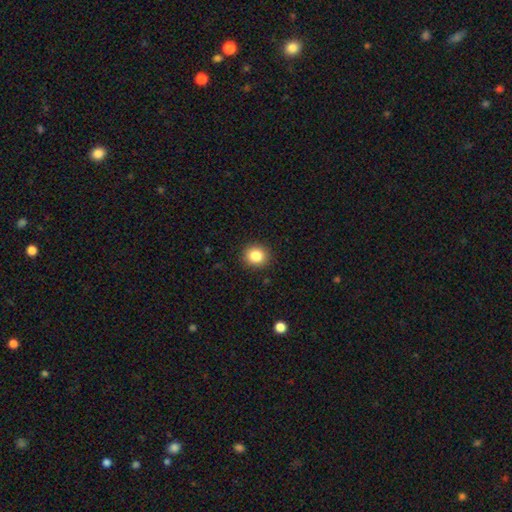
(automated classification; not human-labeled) Smooth or featured?
  - smooth: 85% *
  - star or artifact: 10%
  - featured or disk: 5%
How rounded?
  - round: 85% *
  - in between: 14%
  - cigar-shaped: 1%
Merging?
  - none: 91% *
  - minor disturbance: 6%
  - major disturbance: 2%
  - merger: 1%